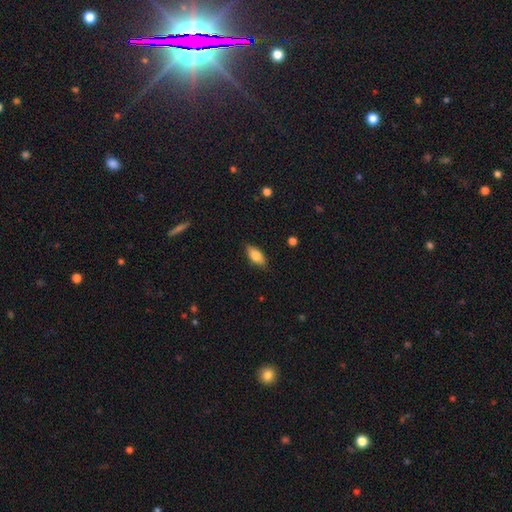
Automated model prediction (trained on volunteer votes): Smooth or featured? smooth (79%)
How rounded? in between (86%)
Merging? none (83%)